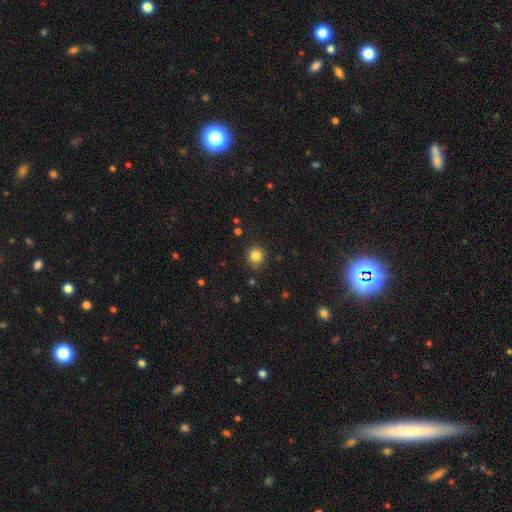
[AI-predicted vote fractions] smooth 83%, star or artifact 11%, featured or disk 5%. Down the decision tree: how rounded — round (87%); merging — none (84%).